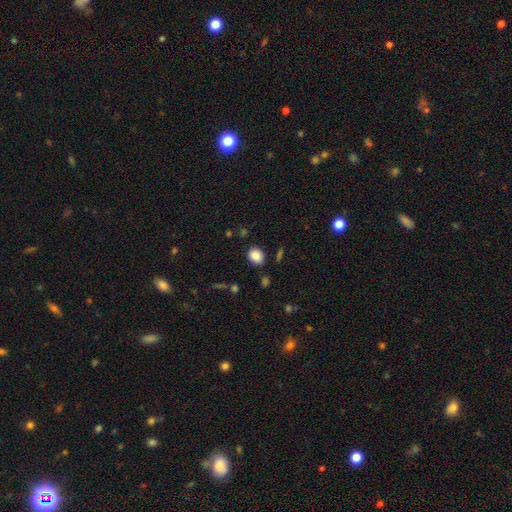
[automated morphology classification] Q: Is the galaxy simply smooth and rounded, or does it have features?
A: smooth — 87%.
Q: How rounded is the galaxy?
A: in between — 50%.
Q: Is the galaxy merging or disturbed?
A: none — 83%.